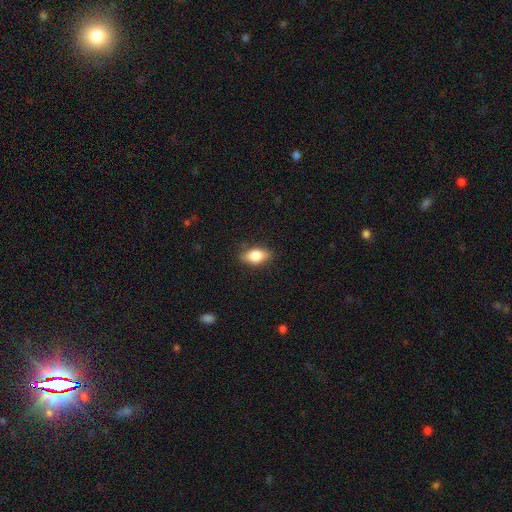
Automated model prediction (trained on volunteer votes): A smooth galaxy with no disk features (75%) that is in between round and cigar-shaped (83%).

Vote fractions:
- Smooth or featured? smooth: 75% / featured or disk: 17% / star or artifact: 8%
- How rounded? in between: 83% / round: 8% / cigar-shaped: 8%
- Merging? none: 81% / minor disturbance: 15% / major disturbance: 3% / merger: 1%